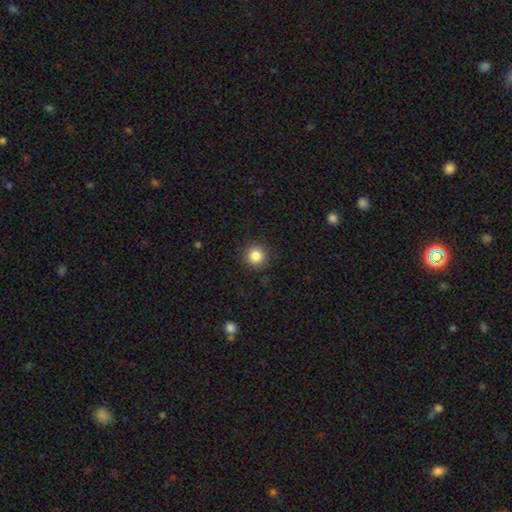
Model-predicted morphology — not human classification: A smooth galaxy with no disk features (85%) that is round (94%). Merging: none (91%).